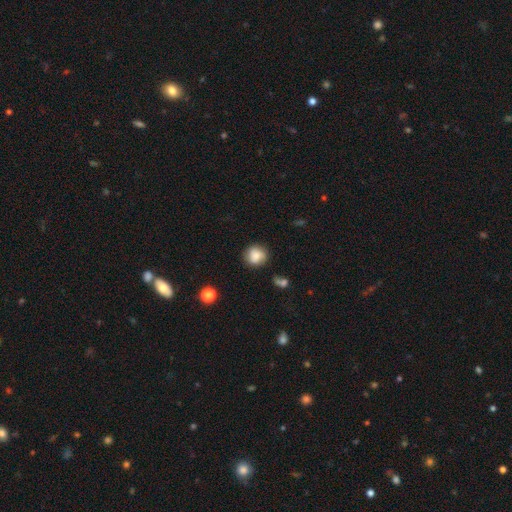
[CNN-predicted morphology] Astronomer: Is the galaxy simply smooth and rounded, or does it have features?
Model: smooth — 77%.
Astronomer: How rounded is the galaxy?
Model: round — 87%.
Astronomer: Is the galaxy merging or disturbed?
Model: none — 78%.